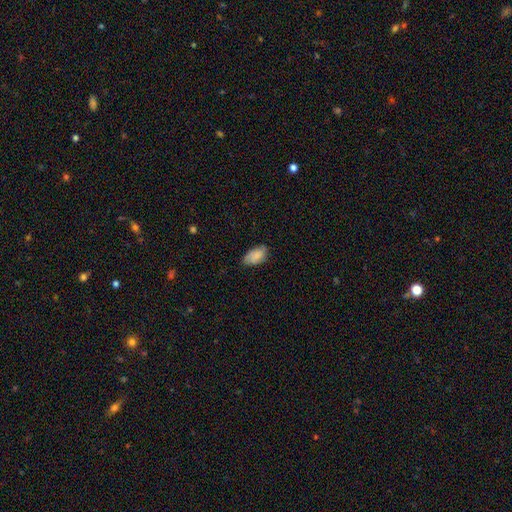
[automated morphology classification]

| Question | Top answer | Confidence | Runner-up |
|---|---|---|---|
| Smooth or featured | smooth | 81% | featured or disk (12%) |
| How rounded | in between | 94% | round (4%) |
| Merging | none | 69% | minor disturbance (26%) |